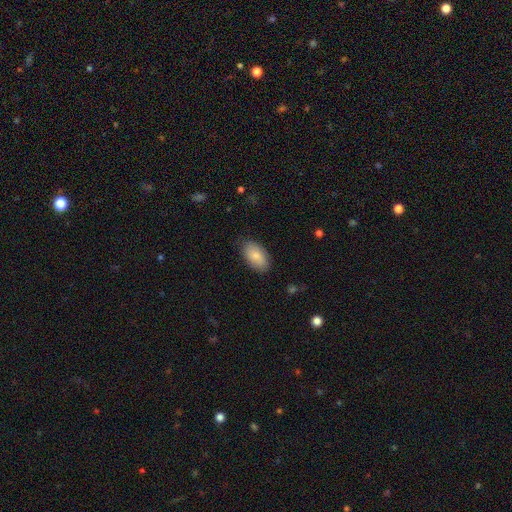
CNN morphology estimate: Smooth or featured? Predicted: smooth (p=0.83). How rounded? Predicted: in between (p=0.94). Merging? Predicted: none (p=0.84).